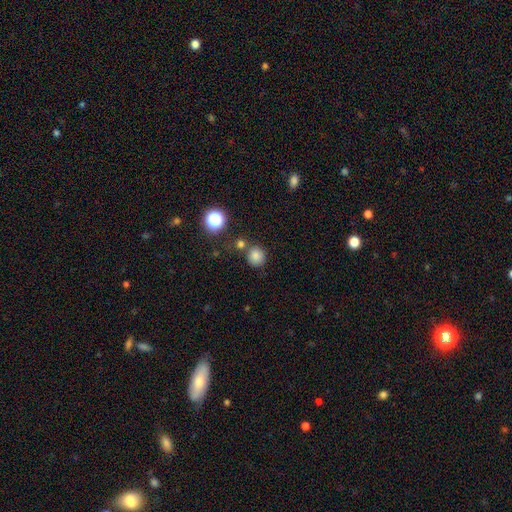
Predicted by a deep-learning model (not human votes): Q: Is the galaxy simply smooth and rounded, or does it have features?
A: smooth — 80%.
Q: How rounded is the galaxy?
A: round — 89%.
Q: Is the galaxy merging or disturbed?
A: none — 72%.